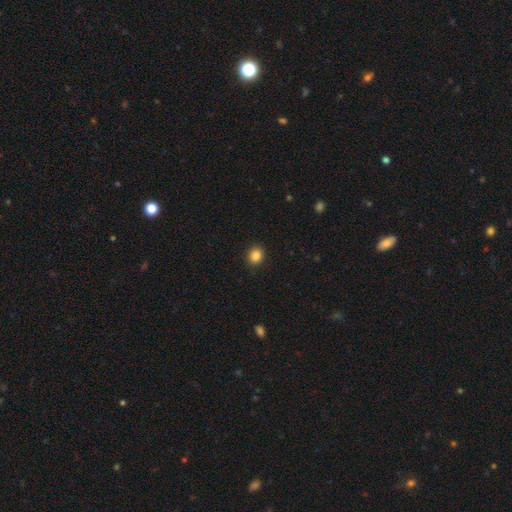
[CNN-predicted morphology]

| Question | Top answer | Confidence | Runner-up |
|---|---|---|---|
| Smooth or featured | smooth | 86% | star or artifact (11%) |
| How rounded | round | 75% | in between (24%) |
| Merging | none | 92% | minor disturbance (5%) |